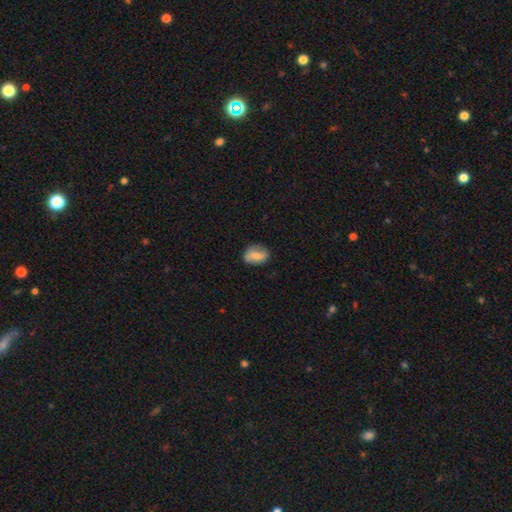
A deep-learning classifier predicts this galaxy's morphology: Overall: smooth (70%). How rounded: in between (73%). Merging: none (78%).